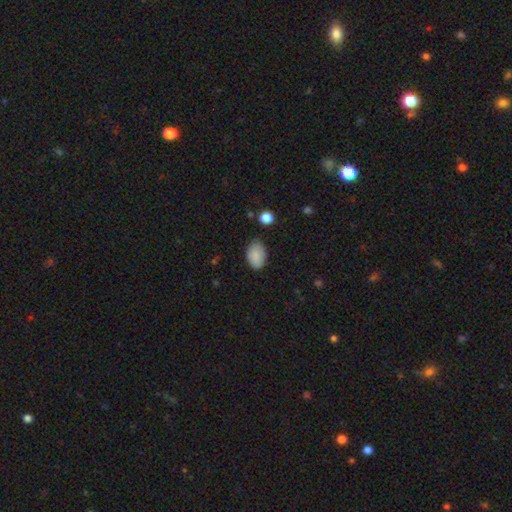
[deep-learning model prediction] Smooth or featured? smooth (88%)
How rounded? in between (90%)
Merging? none (78%)